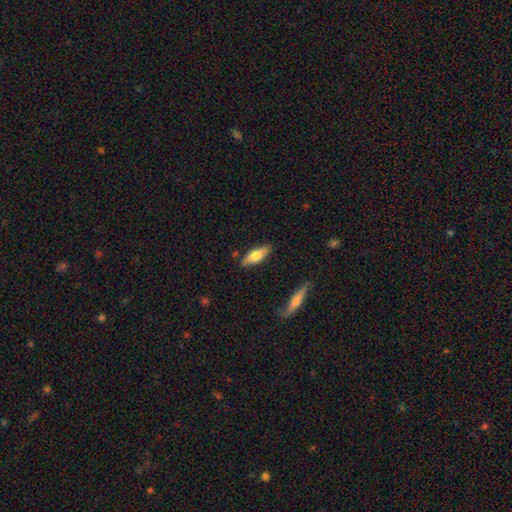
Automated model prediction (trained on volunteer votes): This is likely a smooth galaxy (62%). How rounded: possibly in between (57%). Merging: clearly none (84%).